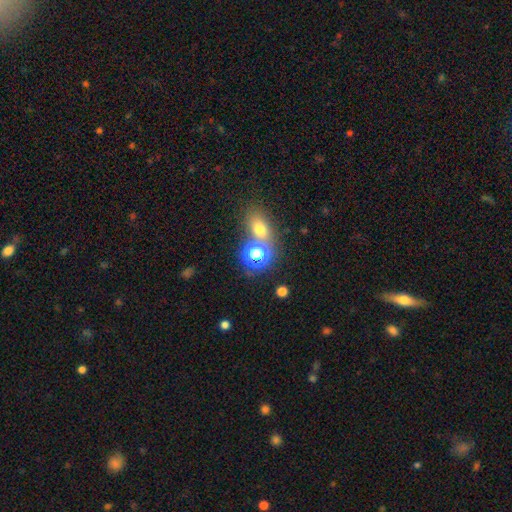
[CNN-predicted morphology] This is likely a smooth galaxy (62%). How rounded: possibly round (56%). Merging: possibly merger (46%).